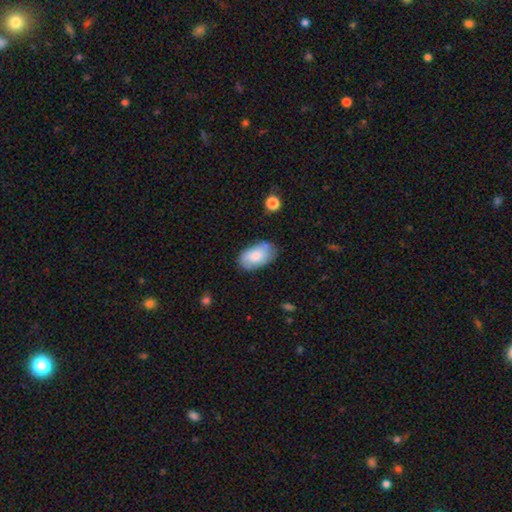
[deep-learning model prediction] A smooth galaxy with no disk features (79%) that is in between round and cigar-shaped (94%).

Vote fractions:
- Smooth or featured? smooth: 79% / featured or disk: 14% / star or artifact: 6%
- How rounded? in between: 94% / round: 5% / cigar-shaped: 1%
- Merging? none: 70% / minor disturbance: 22% / major disturbance: 5% / merger: 3%